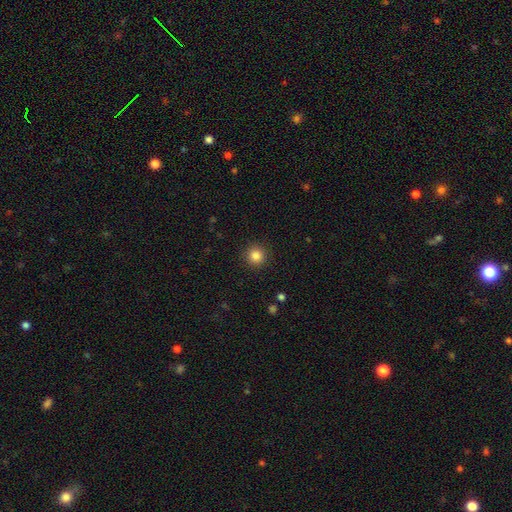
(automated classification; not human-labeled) Q: Smooth or featured?
A: smooth (85%); runner-up: star or artifact (11%)
Q: How rounded?
A: round (94%); runner-up: in between (5%)
Q: Merging?
A: none (92%); runner-up: minor disturbance (5%)